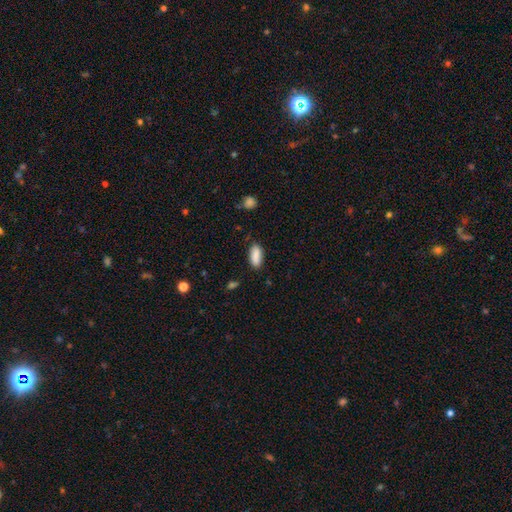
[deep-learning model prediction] Smooth or featured? smooth (87%)
How rounded? in between (83%)
Merging? none (79%)